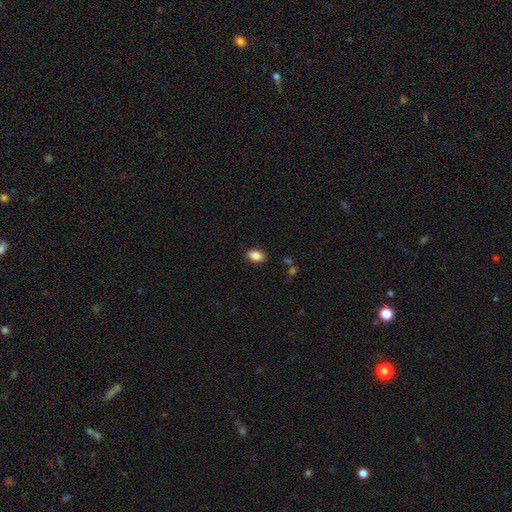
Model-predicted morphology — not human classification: A smooth galaxy with no disk features (87%) that is in between round and cigar-shaped (84%).

Vote fractions:
- Smooth or featured? smooth: 87% / star or artifact: 9% / featured or disk: 4%
- How rounded? in between: 84% / round: 14% / cigar-shaped: 1%
- Merging? none: 86% / minor disturbance: 10% / major disturbance: 3% / merger: 2%